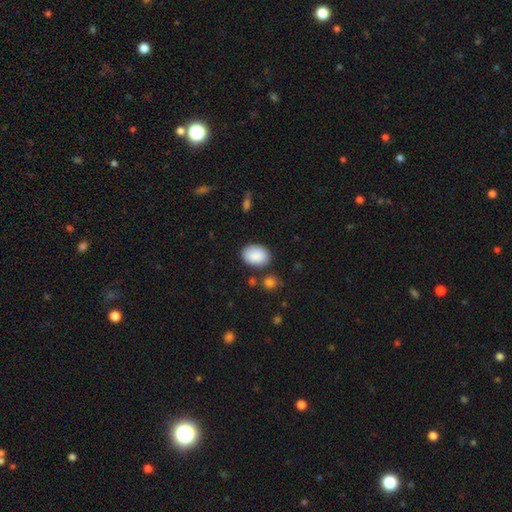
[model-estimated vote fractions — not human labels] Overall: smooth (89%). How rounded: in between (84%). Merging: none (81%).